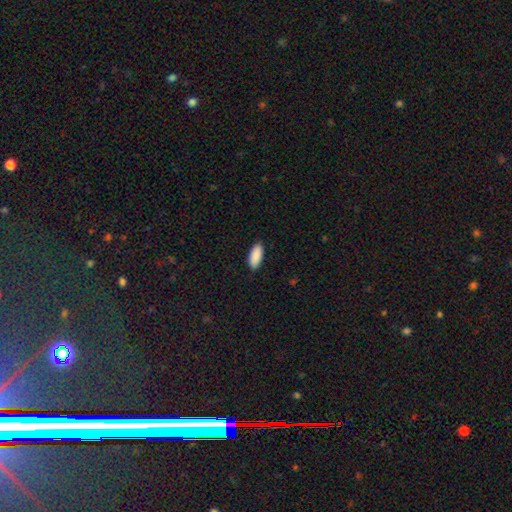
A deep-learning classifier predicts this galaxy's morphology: The model was most divided on "how rounded": in between: 86%, cigar-shaped: 13%, round: 2%. More confident: smooth or featured — smooth (91%); merging — none (89%).